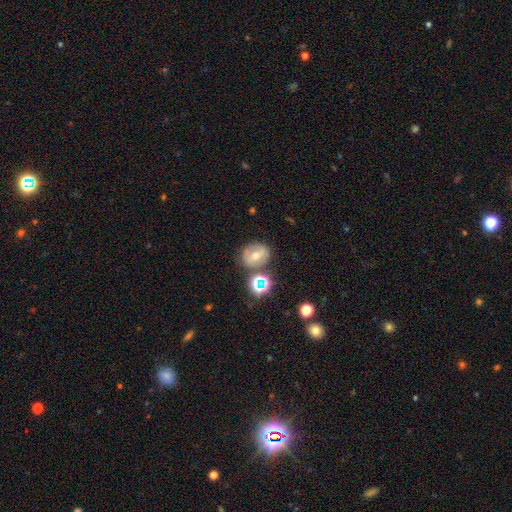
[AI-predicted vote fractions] smooth-or-featured: featured or disk: 43% | smooth: 35% | star or artifact: 21%
  merging: none: 72% | minor disturbance: 13% | merger: 10% | major disturbance: 5%